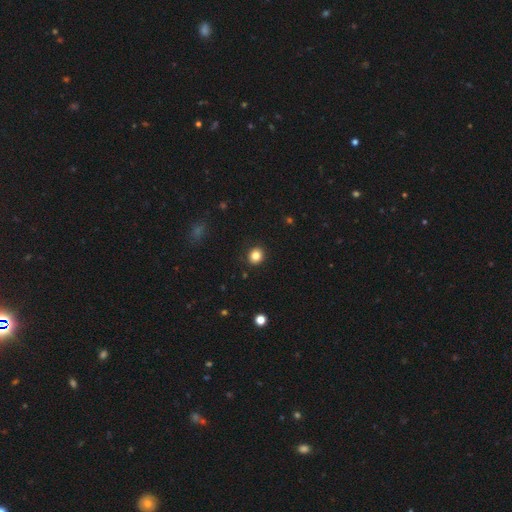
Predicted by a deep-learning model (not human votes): Smooth or featured?
  - smooth: 84% *
  - star or artifact: 10%
  - featured or disk: 6%
How rounded?
  - round: 69% *
  - in between: 30%
  - cigar-shaped: 1%
Merging?
  - none: 90% *
  - minor disturbance: 7%
  - major disturbance: 2%
  - merger: 1%